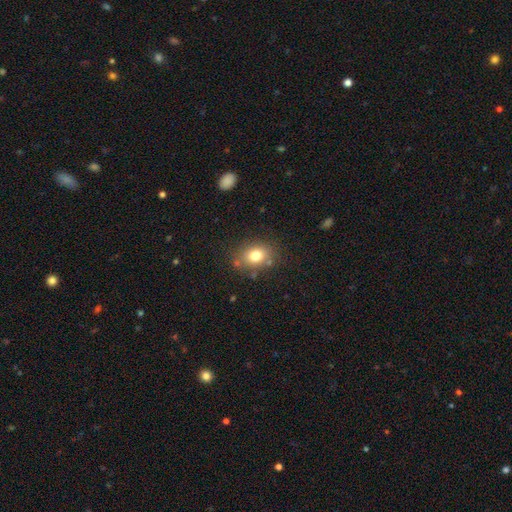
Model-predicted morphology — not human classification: Smooth or featured? Predicted: smooth (p=0.78). How rounded? Predicted: in between (p=0.52). Merging? Predicted: none (p=0.79).